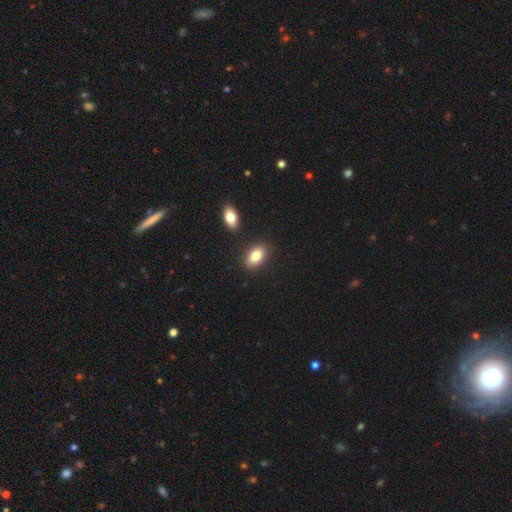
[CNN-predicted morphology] This is clearly a smooth galaxy (85%). How rounded: clearly in between (91%). Merging: clearly none (83%).